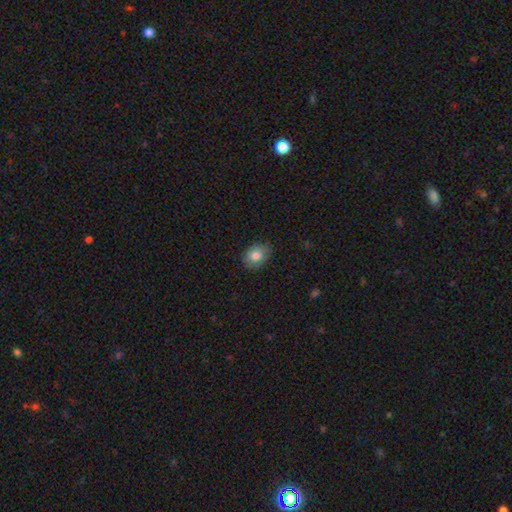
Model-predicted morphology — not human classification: Smooth or featured?
  - smooth: 80% *
  - featured or disk: 12%
  - star or artifact: 8%
How rounded?
  - in between: 69% *
  - round: 30%
  - cigar-shaped: 1%
Merging?
  - none: 78% *
  - minor disturbance: 18%
  - major disturbance: 3%
  - merger: 1%